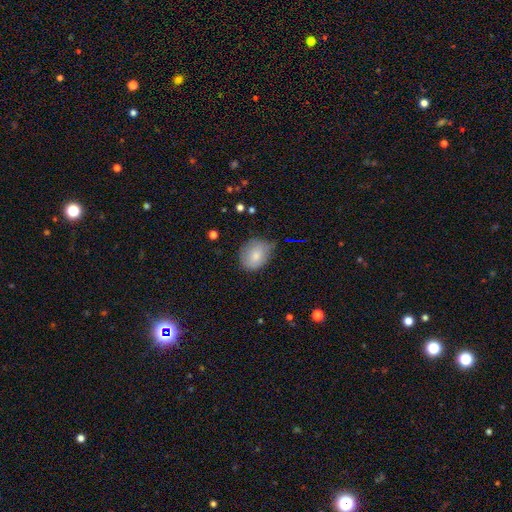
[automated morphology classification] Smooth or featured: smooth — 80% (featured or disk — 13%)
How rounded: in between — 54% (round — 44%)
Merging: none — 63% (minor disturbance — 29%)